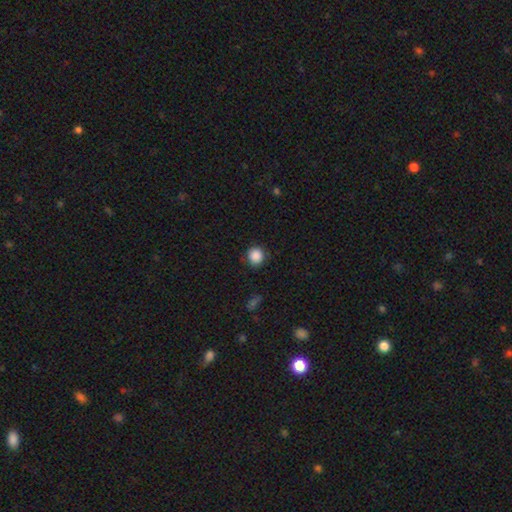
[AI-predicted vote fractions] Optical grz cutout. It shows a smooth galaxy with no disk features (87%) that is round (91%). Merging: none (86%).